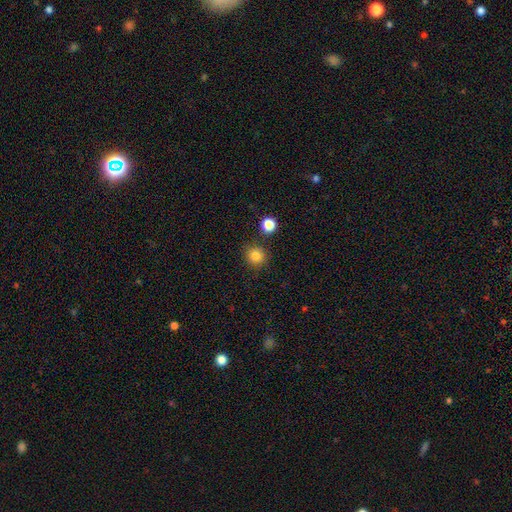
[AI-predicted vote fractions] Smooth or featured?
  - smooth: 83% *
  - star or artifact: 12%
  - featured or disk: 5%
How rounded?
  - round: 92% *
  - in between: 7%
  - cigar-shaped: 1%
Merging?
  - none: 83% *
  - minor disturbance: 9%
  - merger: 5%
  - major disturbance: 3%